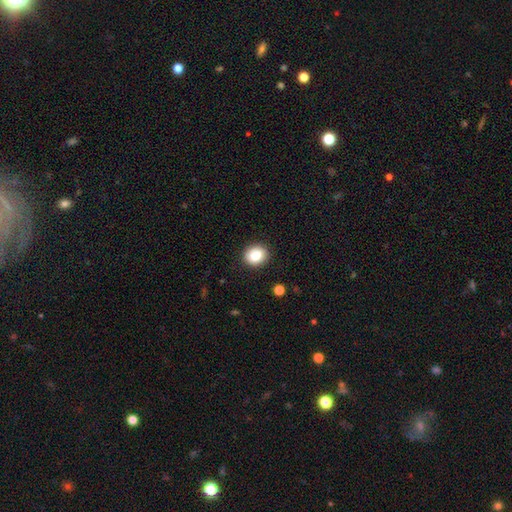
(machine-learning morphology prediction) type=smooth (84%); roundness=round (63%); merging=none (89%).